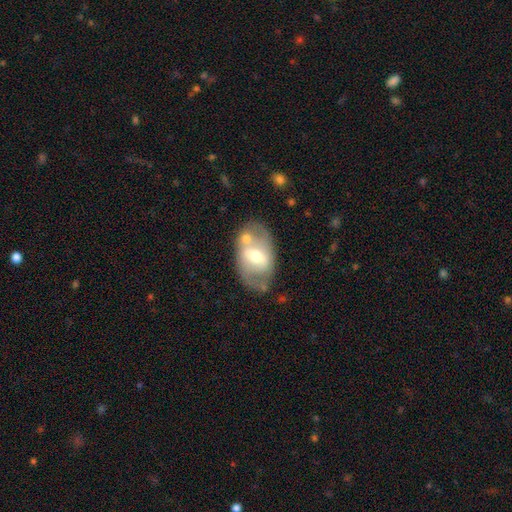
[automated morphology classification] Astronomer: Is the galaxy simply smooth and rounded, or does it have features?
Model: featured or disk — 59%.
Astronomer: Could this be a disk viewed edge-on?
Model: no — 92%.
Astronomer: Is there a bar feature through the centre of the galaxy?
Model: weak — 42% (runner-up: strong, 34%).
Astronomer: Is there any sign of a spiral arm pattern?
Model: no — 61% (runner-up: yes, 39%).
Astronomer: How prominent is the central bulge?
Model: moderate — 65%.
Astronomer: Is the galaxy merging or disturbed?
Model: none — 58%.